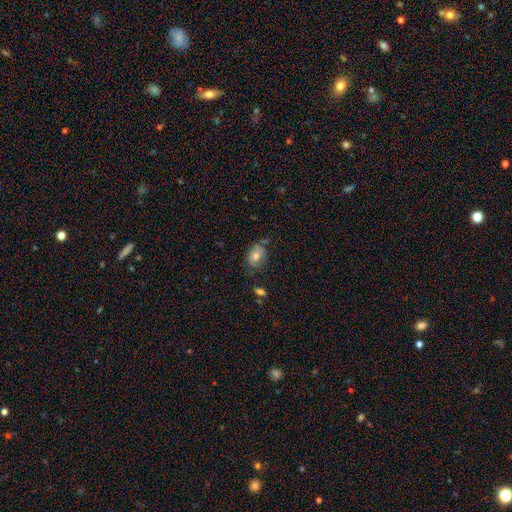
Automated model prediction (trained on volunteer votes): Morphology: type=smooth (68%); roundness=in between (81%); merging=none (67%).